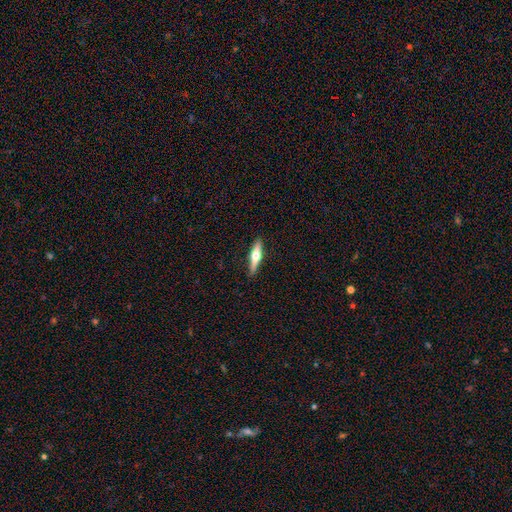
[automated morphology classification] Smooth or featured?
  - featured or disk: 61% *
  - smooth: 34%
  - star or artifact: 5%
Edge-on disk?
  - yes: 96% *
  - no: 4%
Edge-on bulge?
  - rounded: 95% *
  - boxy: 3%
  - none: 2%
Merging?
  - none: 90% *
  - minor disturbance: 8%
  - major disturbance: 2%
  - merger: 1%